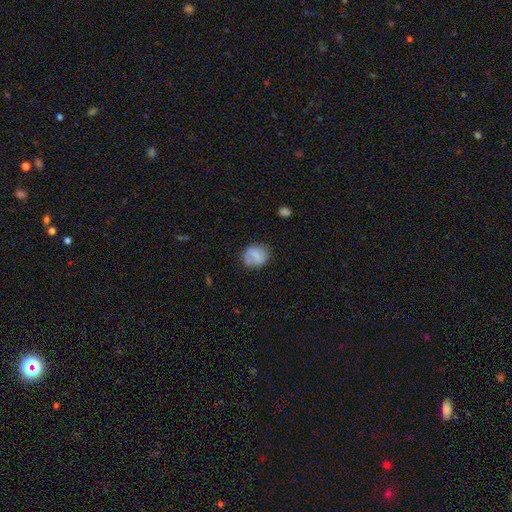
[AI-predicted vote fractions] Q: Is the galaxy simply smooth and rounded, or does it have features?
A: smooth — 70%.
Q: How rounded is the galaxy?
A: round — 56%.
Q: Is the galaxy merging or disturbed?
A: none — 75%.